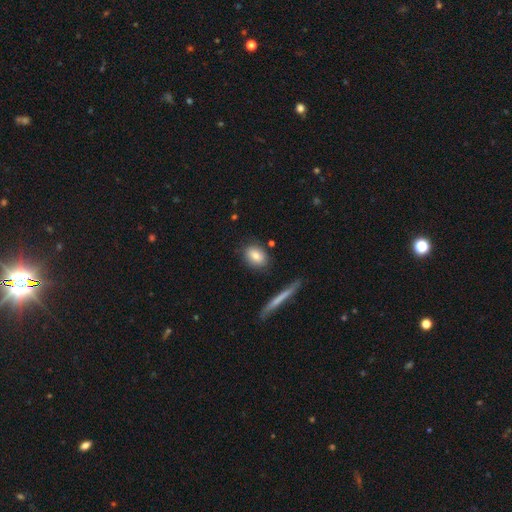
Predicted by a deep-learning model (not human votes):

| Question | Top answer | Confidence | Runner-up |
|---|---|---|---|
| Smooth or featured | smooth | 78% | featured or disk (14%) |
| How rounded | in between | 64% | round (30%) |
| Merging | none | 80% | minor disturbance (12%) |